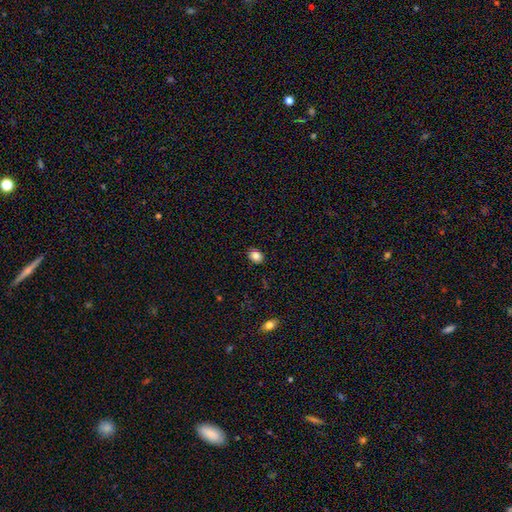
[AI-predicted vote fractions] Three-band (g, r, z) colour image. It shows a smooth galaxy with no disk features (84%) that is in between round and cigar-shaped (58%). Merging: none (89%).